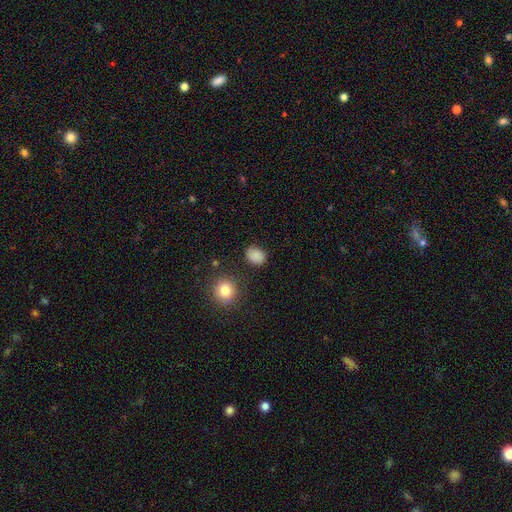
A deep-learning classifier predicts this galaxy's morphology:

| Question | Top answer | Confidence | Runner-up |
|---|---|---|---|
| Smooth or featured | smooth | 85% | star or artifact (11%) |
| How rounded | in between | 59% | round (40%) |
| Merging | none | 80% | minor disturbance (14%) |